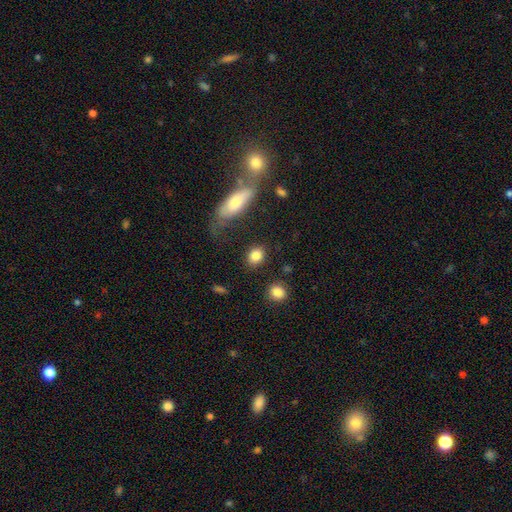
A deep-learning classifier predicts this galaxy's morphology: type=smooth (85%); roundness=in between (52%); merging=none (82%).